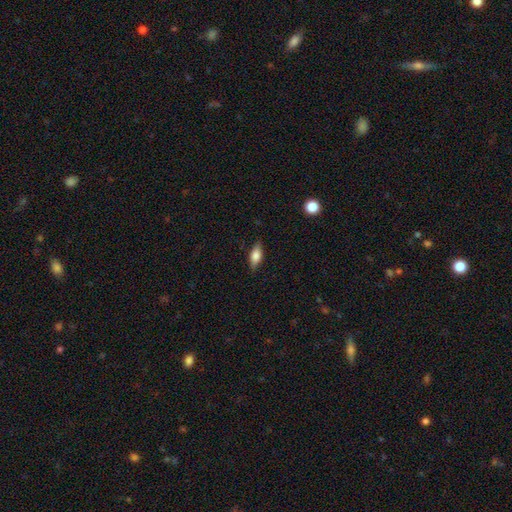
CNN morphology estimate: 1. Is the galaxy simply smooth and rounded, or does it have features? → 68% smooth, 25% featured or disk, 7% star or artifact.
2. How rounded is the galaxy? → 77% in between, 19% cigar-shaped, 4% round.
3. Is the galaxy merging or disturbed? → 85% none, 12% minor disturbance, 2% major disturbance, 1% merger.